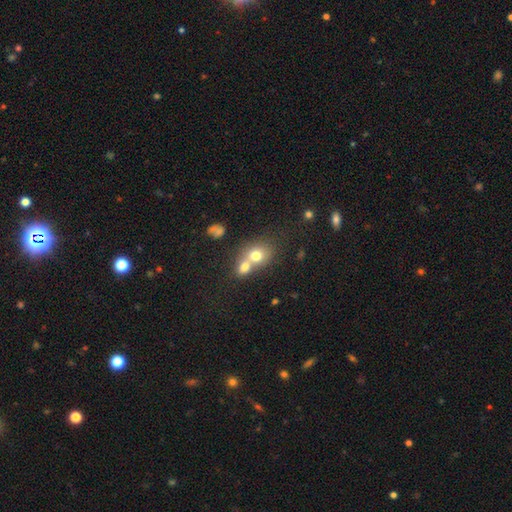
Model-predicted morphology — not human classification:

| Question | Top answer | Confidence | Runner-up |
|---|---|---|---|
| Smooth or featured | smooth | 70% | featured or disk (18%) |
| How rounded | round | 58% | in between (40%) |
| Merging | merger | 64% | none (26%) |